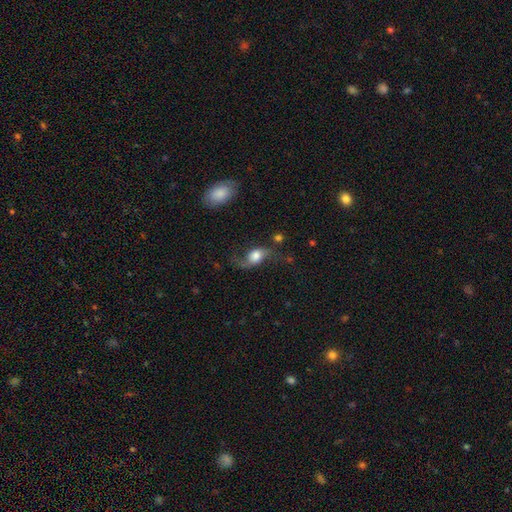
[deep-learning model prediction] Smooth or featured: featured or disk — 56% (smooth — 35%)
Edge-on disk: no — 91% (yes — 9%)
Bar: no — 63% (weak — 28%)
Spiral arms: yes — 89% (no — 11%)
Bulge size: large — 45% (moderate — 27%)
Merging: none — 51% (major disturbance — 26%)